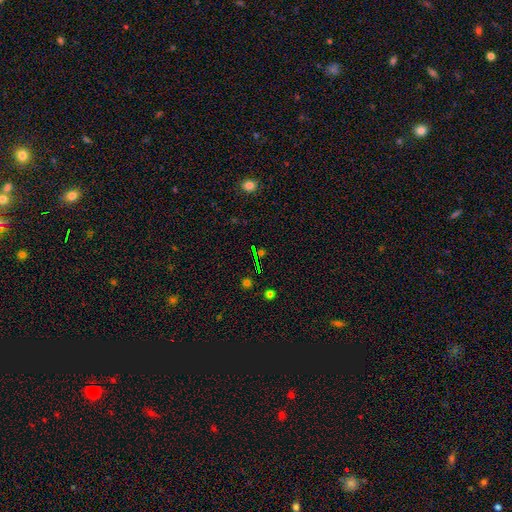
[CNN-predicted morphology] type=star or artifact (66%).